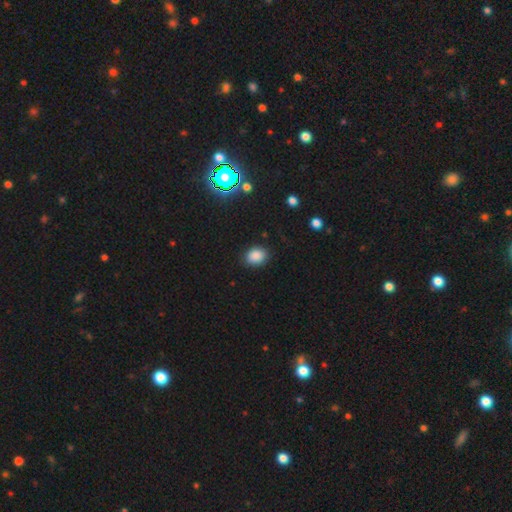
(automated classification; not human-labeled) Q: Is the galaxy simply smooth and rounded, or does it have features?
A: smooth — 86%.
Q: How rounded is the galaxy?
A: in between — 61%.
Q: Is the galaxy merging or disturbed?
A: none — 85%.